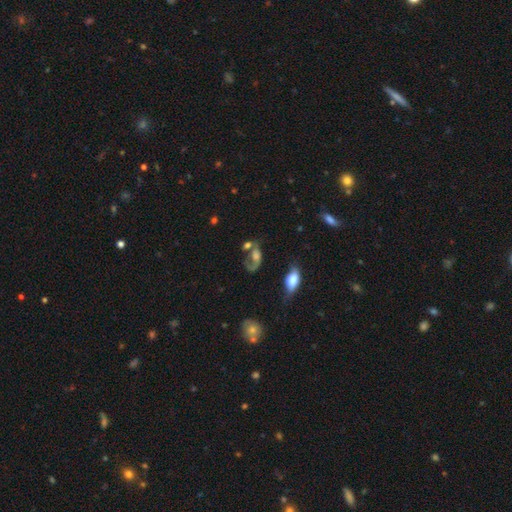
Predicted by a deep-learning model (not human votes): The model was most divided on "merging": none: 31%, major disturbance: 27%, merger: 25%, minor disturbance: 16%. More confident: edge-on disk — no (92%); smooth or featured — featured or disk (51%).